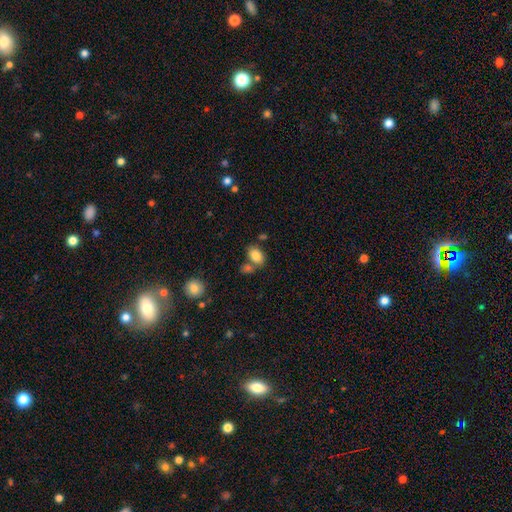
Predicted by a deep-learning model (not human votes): A smooth galaxy with no disk features (84%) that is in between round and cigar-shaped (83%).

Vote fractions:
- Smooth or featured? smooth: 84% / star or artifact: 9% / featured or disk: 8%
- How rounded? in between: 83% / round: 16% / cigar-shaped: 1%
- Merging? none: 58% / merger: 24% / minor disturbance: 14% / major disturbance: 4%